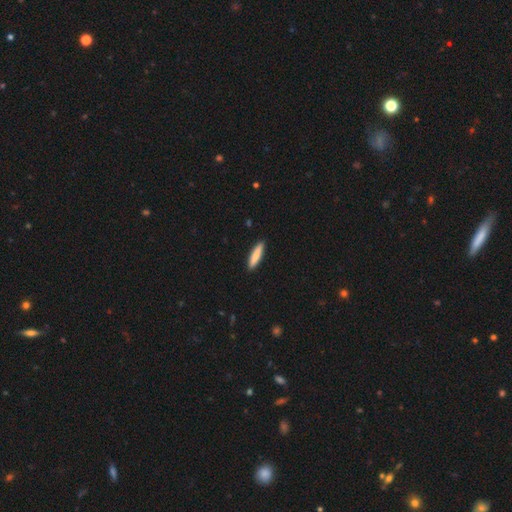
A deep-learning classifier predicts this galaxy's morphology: Overall: smooth (83%). How rounded: cigar-shaped (83%). Merging: none (91%).